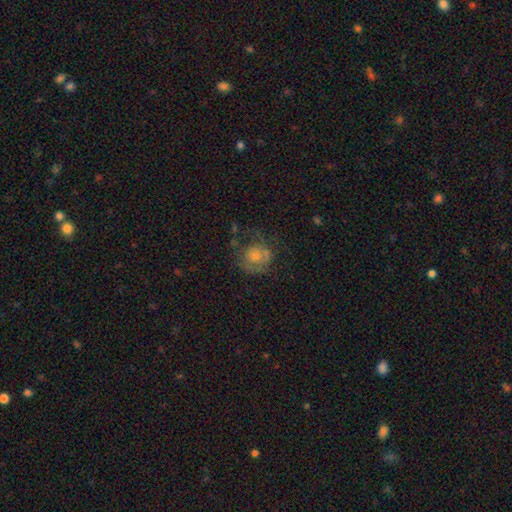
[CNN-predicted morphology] Smooth or featured: smooth — 48% (featured or disk — 38%)
Merging: none — 53% (minor disturbance — 23%)